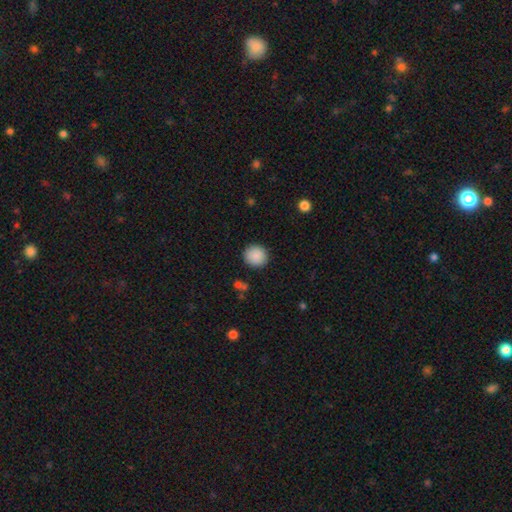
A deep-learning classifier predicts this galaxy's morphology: This appears to be a smooth galaxy with no disk features (89%) that is round (91%). Merging: none (91%).